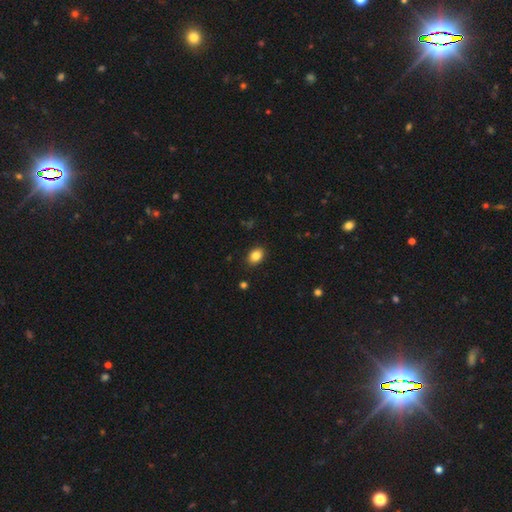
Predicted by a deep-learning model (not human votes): A smooth galaxy with no disk features (86%) that is in between round and cigar-shaped (67%).

Vote fractions:
- Smooth or featured? smooth: 86% / star or artifact: 9% / featured or disk: 5%
- How rounded? in between: 67% / round: 32% / cigar-shaped: 1%
- Merging? none: 89% / minor disturbance: 8% / major disturbance: 2% / merger: 1%